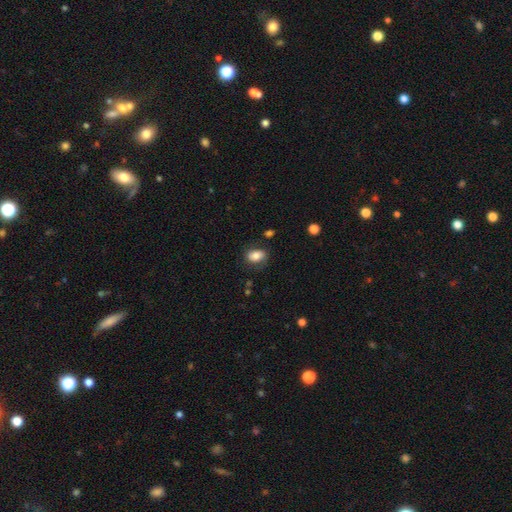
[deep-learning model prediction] This appears to be a smooth galaxy with no disk features (75%) that is in between round and cigar-shaped (80%). Merging: none (67%).